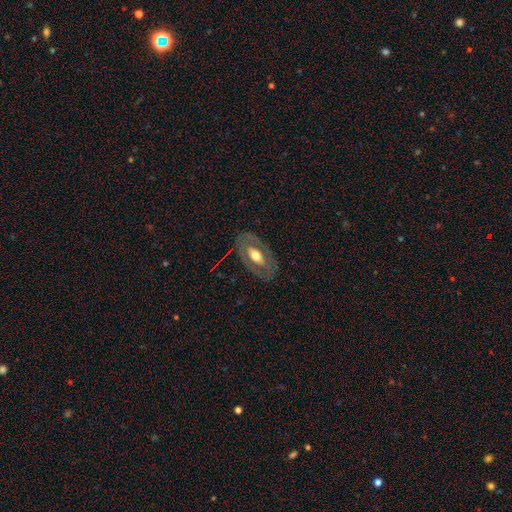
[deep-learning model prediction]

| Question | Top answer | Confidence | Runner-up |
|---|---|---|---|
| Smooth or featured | featured or disk | 56% | smooth (38%) |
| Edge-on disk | no | 86% | yes (14%) |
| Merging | none | 81% | minor disturbance (12%) |